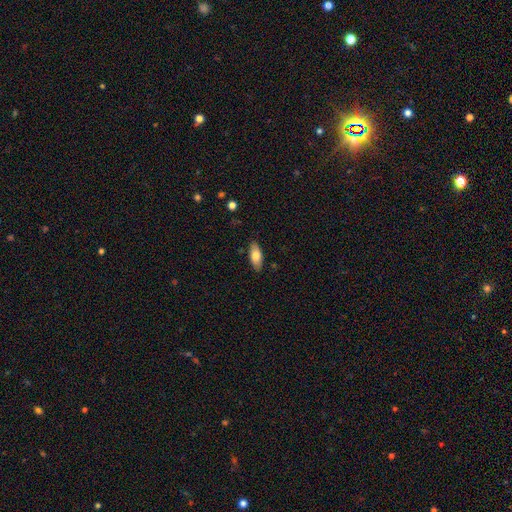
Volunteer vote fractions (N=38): Volunteers were most divided on "how rounded": in between: 77%, cigar-shaped: 20%, round: 3%. More confident: merging — none (86%); smooth or featured — smooth (79%).